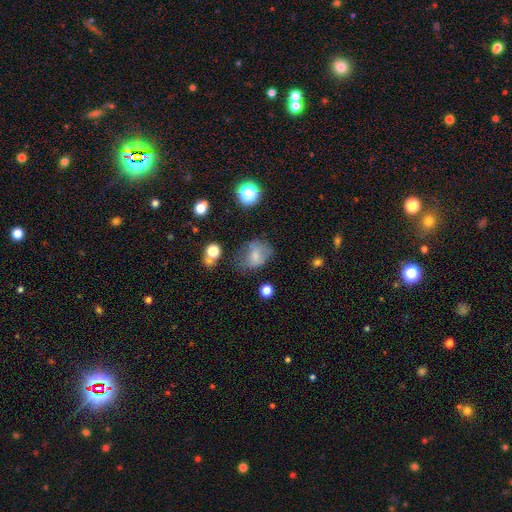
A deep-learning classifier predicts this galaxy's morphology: smooth 68%, featured or disk 20%, star or artifact 12%. Down the decision tree: how rounded — in between (63%); merging — none (44%).